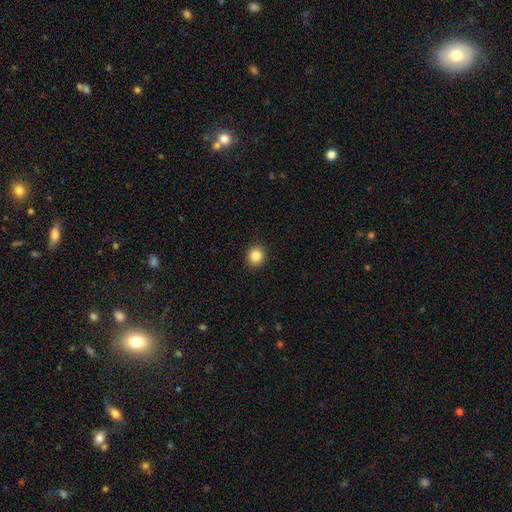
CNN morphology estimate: A smooth galaxy with no disk features (85%) that is round (82%).

Vote fractions:
- Smooth or featured? smooth: 85% / star or artifact: 11% / featured or disk: 5%
- How rounded? round: 82% / in between: 17% / cigar-shaped: 1%
- Merging? none: 92% / minor disturbance: 5% / major disturbance: 2% / merger: 1%